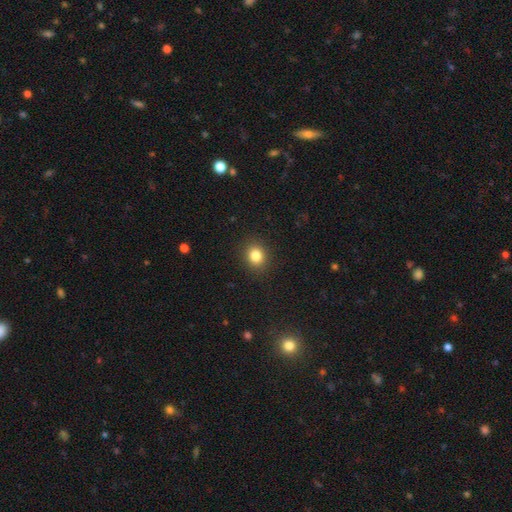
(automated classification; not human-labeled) Smooth or featured? Predicted: smooth (p=0.83). How rounded? Predicted: round (p=0.70). Merging? Predicted: none (p=0.90).